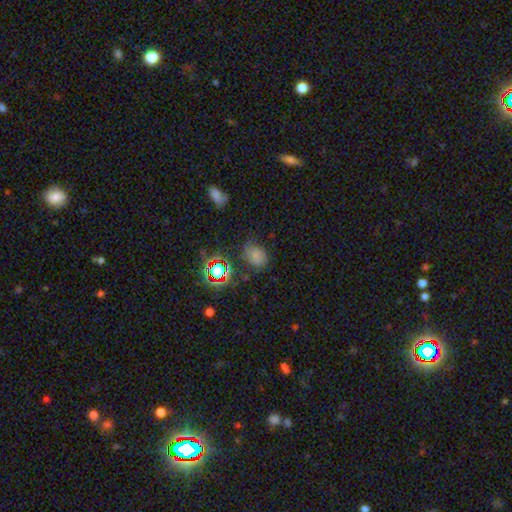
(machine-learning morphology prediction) Smooth or featured? Predicted: smooth (p=0.63). How rounded? Predicted: in between (p=0.56). Merging? Predicted: none (p=0.61).